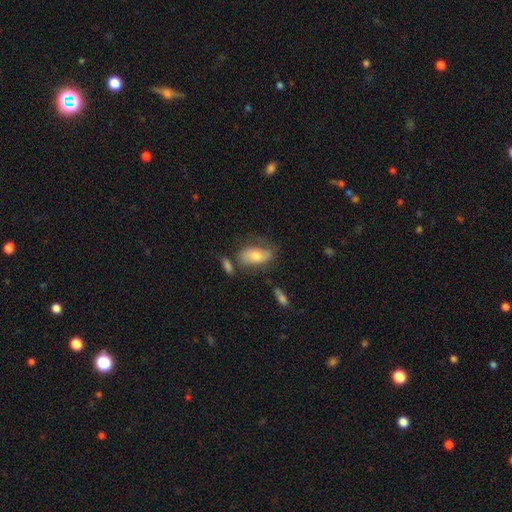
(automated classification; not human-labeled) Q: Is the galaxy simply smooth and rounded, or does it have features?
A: smooth — 62%.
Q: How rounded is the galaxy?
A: in between — 89%.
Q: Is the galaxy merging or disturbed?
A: none — 54%.